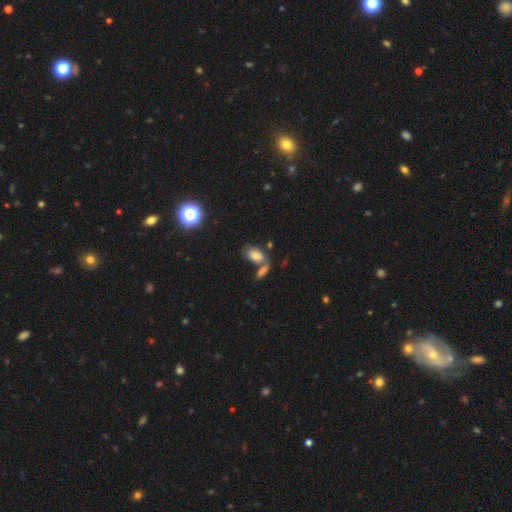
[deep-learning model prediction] Smooth or featured: smooth — 75% (featured or disk — 15%)
How rounded: in between — 91% (round — 6%)
Merging: none — 43% (merger — 39%)